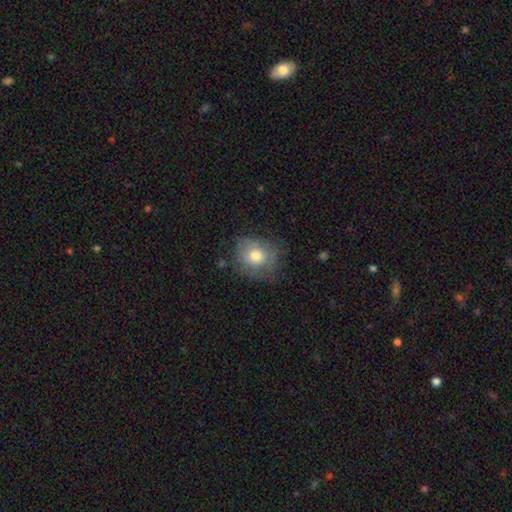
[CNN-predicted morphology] Smooth or featured? Predicted: smooth (p=0.74). How rounded? Predicted: round (p=0.74). Merging? Predicted: none (p=0.66).